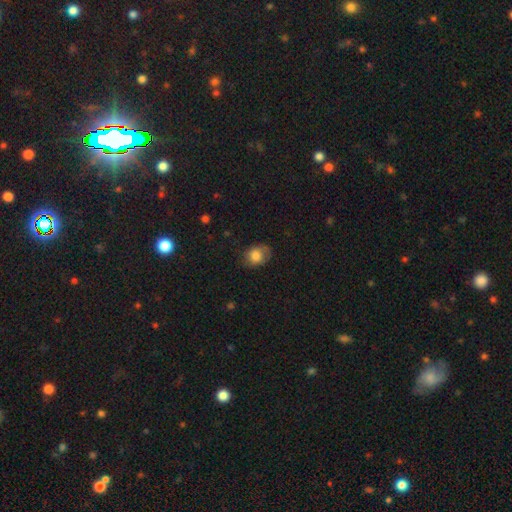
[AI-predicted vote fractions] Smooth or featured? smooth (80%)
How rounded? in between (52%)
Merging? none (66%)